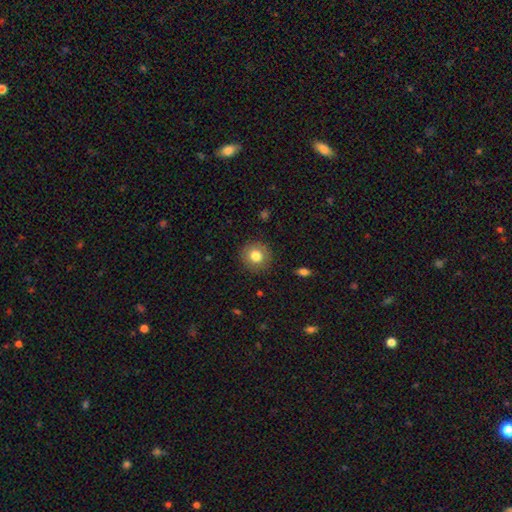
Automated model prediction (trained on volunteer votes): smooth_or_featured: smooth (p=0.79) [alt: featured or disk p=0.11]
how_rounded: round (p=0.90) [alt: in between p=0.09]
merging: none (p=0.89) [alt: minor disturbance p=0.07]